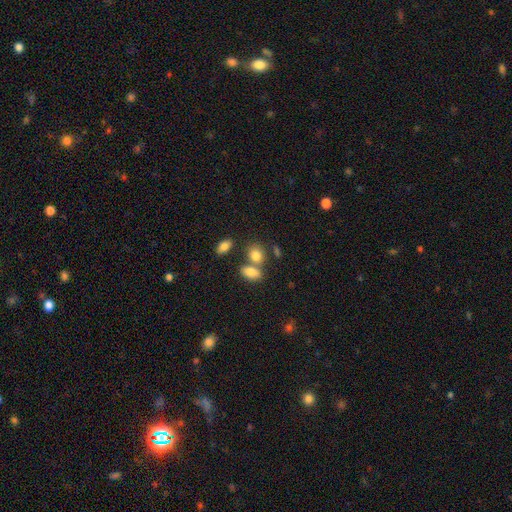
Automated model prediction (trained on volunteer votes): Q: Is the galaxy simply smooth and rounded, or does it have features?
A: smooth — 82%.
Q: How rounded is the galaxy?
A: in between — 68%.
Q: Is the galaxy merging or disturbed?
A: none — 49%.